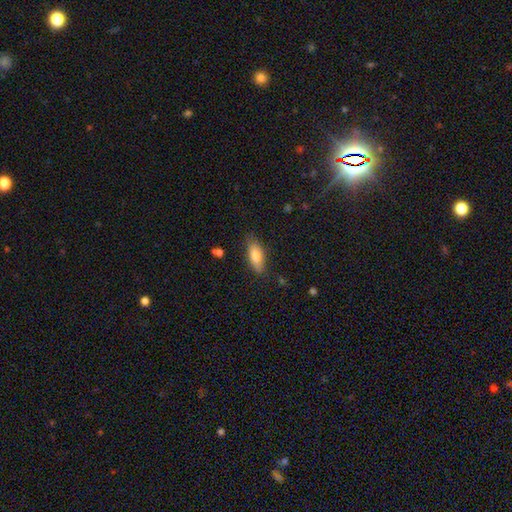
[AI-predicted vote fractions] smooth 76%, featured or disk 17%, star or artifact 7%. Down the decision tree: how rounded — in between (74%); merging — none (79%).